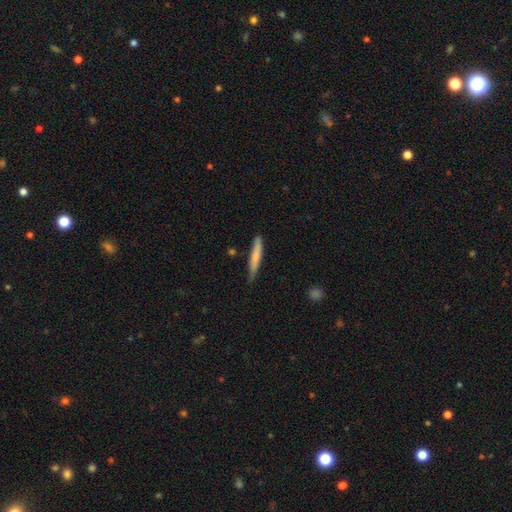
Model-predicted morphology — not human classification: Q: Smooth or featured?
A: smooth (73%); runner-up: featured or disk (22%)
Q: How rounded?
A: cigar-shaped (94%); runner-up: in between (5%)
Q: Merging?
A: none (71%); runner-up: minor disturbance (24%)